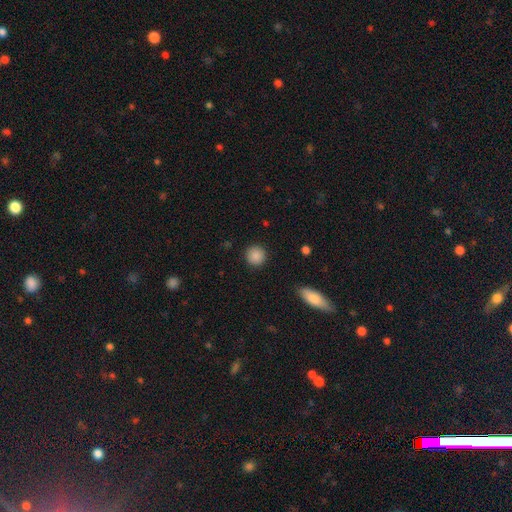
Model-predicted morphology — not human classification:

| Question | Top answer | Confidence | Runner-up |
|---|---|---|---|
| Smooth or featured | smooth | 88% | star or artifact (9%) |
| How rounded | round | 93% | in between (6%) |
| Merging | none | 91% | minor disturbance (6%) |